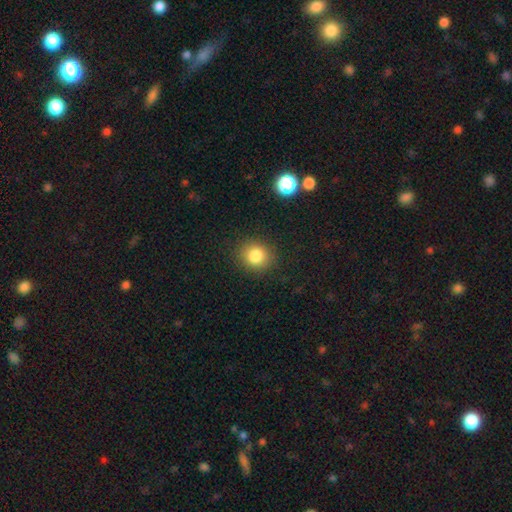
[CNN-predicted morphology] A smooth galaxy with no disk features (83%) that is round (82%). Merging: none (89%).